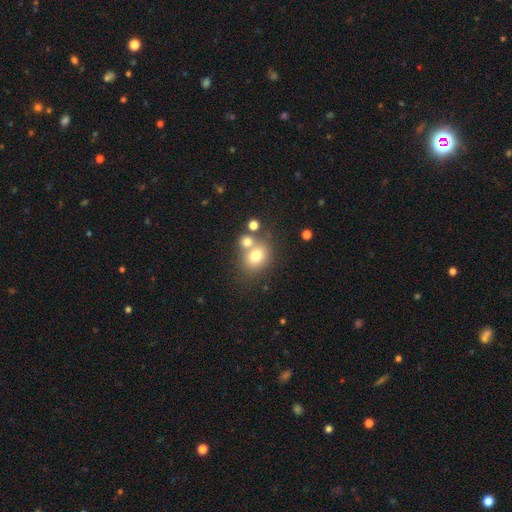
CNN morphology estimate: This is likely a smooth galaxy (73%). How rounded: likely round (62%). Merging: possibly none (51%).